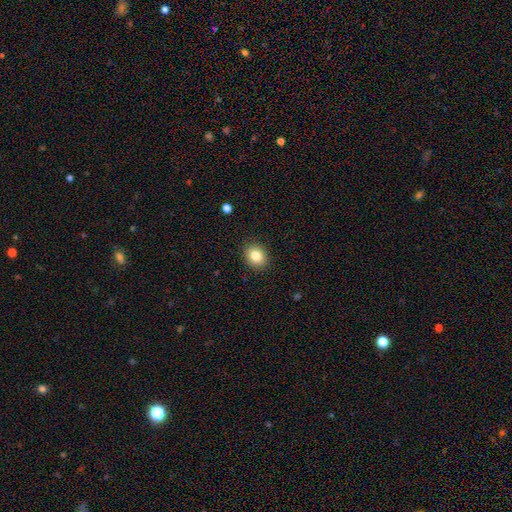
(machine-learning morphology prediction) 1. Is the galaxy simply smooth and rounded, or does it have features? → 83% smooth, 10% star or artifact, 7% featured or disk.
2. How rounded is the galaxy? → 57% round, 42% in between, 1% cigar-shaped.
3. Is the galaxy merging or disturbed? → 90% none, 7% minor disturbance, 2% major disturbance, 1% merger.